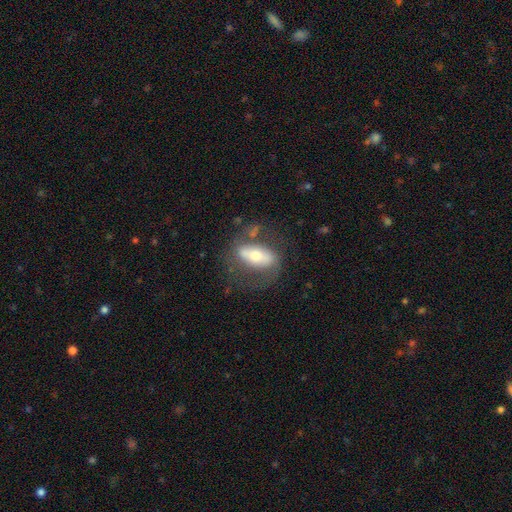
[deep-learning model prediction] smooth-or-featured: featured or disk: 54% | smooth: 39% | star or artifact: 7%
  disk-edge-on: no: 80% | yes: 20%
  merging: none: 55% | minor disturbance: 21% | major disturbance: 19% | merger: 5%